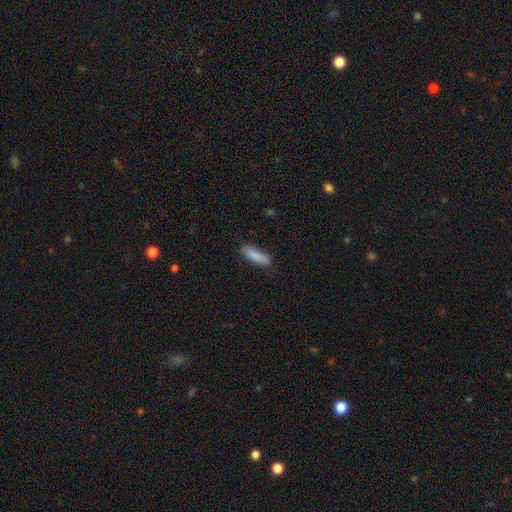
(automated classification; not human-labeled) Smooth or featured? smooth (86%)
How rounded? cigar-shaped (58%)
Merging? none (79%)